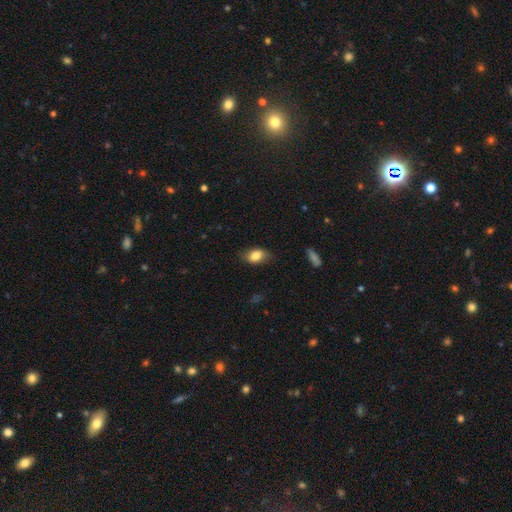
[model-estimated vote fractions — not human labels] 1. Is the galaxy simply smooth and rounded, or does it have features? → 81% smooth, 11% featured or disk, 8% star or artifact.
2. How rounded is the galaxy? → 86% in between, 12% round, 2% cigar-shaped.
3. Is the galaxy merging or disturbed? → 75% none, 19% minor disturbance, 5% major disturbance, 1% merger.